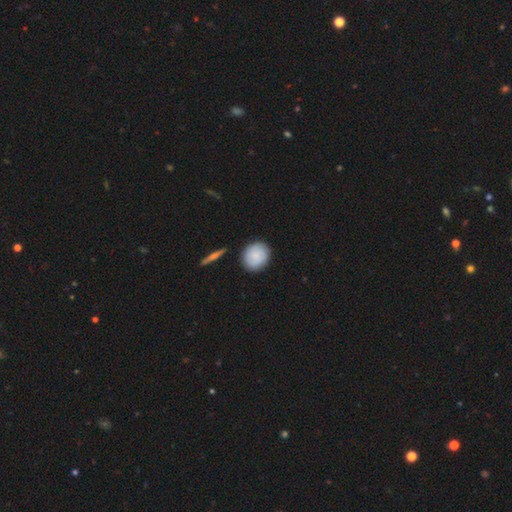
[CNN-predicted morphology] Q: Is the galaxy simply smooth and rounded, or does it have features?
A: smooth — 72%.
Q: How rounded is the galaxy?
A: round — 73%.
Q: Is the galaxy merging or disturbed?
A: none — 86%.